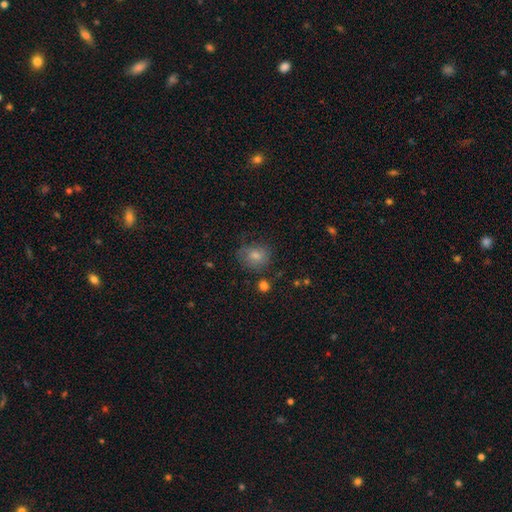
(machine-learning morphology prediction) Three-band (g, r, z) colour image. It shows a smooth galaxy with no disk features (77%) that is round (66%). Merging: none (65%).